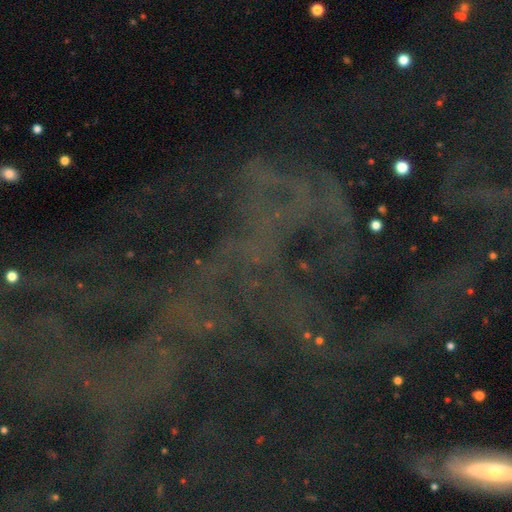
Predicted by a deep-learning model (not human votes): Morphology: type=star or artifact (77%).